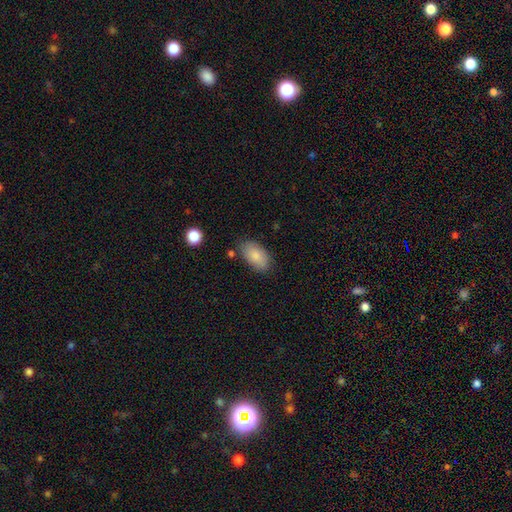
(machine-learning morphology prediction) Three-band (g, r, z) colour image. It shows a smooth galaxy with no disk features (85%) that is in between round and cigar-shaped (94%). Merging: none (78%).